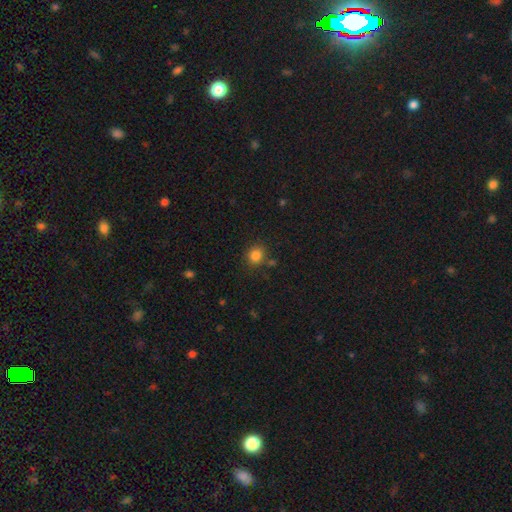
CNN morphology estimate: type=smooth (84%); roundness=round (79%); merging=none (80%).